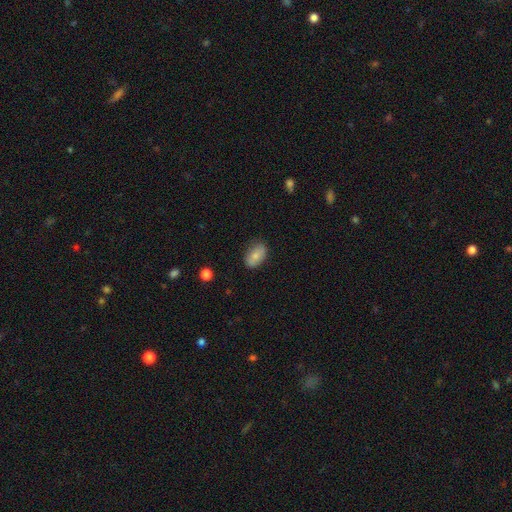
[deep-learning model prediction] smooth-or-featured: smooth: 76% | featured or disk: 16% | star or artifact: 8%
  how-rounded: in between: 90% | round: 8% | cigar-shaped: 2%
  merging: none: 80% | minor disturbance: 16% | major disturbance: 3% | merger: 1%